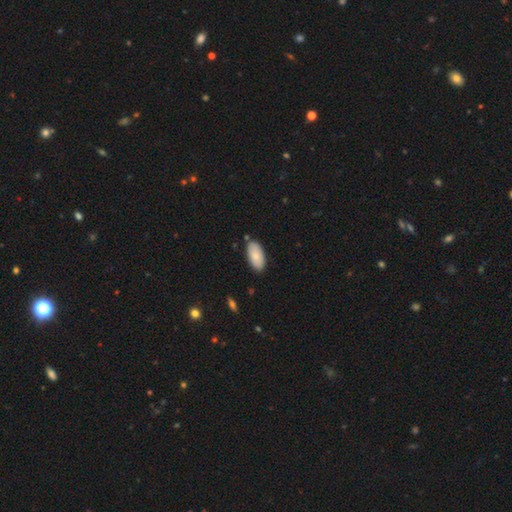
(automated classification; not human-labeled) Overall: smooth (83%). How rounded: in between (95%). Merging: none (82%).